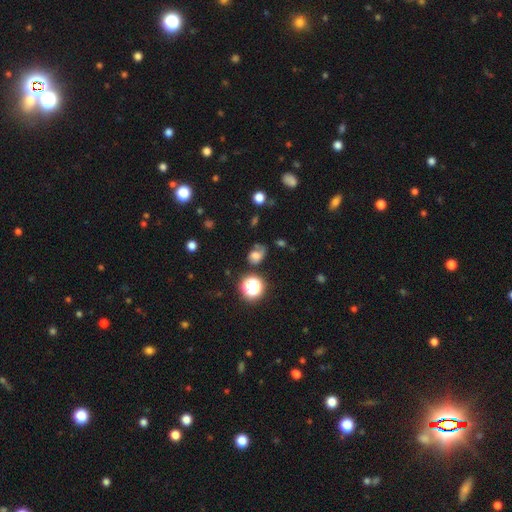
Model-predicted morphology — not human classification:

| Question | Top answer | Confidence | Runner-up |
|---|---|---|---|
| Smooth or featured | smooth | 57% | featured or disk (23%) |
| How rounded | in between | 54% | round (44%) |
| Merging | none | 40% | minor disturbance (28%) |